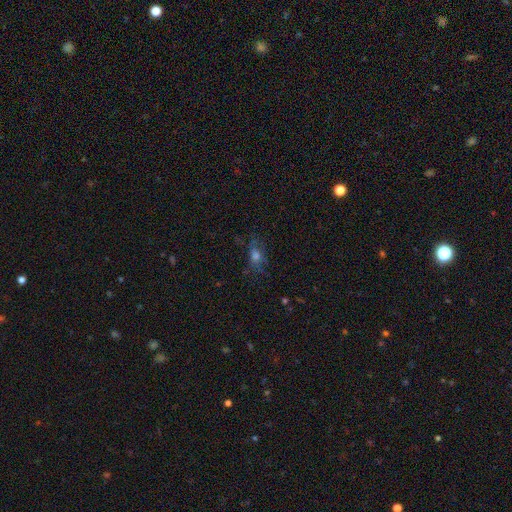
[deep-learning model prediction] Smooth or featured: smooth — 48% (star or artifact — 29%)
Merging: none — 64% (minor disturbance — 20%)